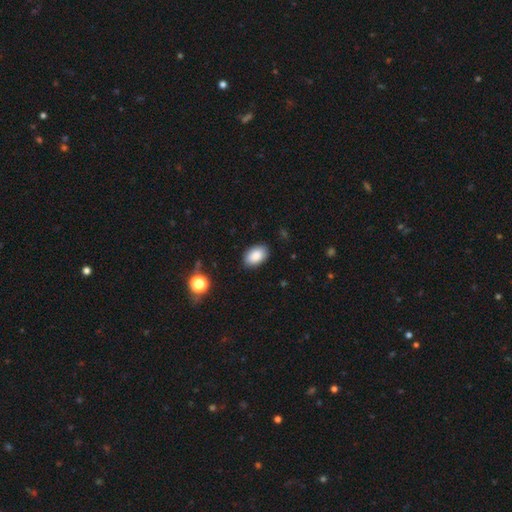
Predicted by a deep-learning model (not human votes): smooth 88%, star or artifact 8%, featured or disk 4%. Down the decision tree: how rounded — in between (91%); merging — none (87%).